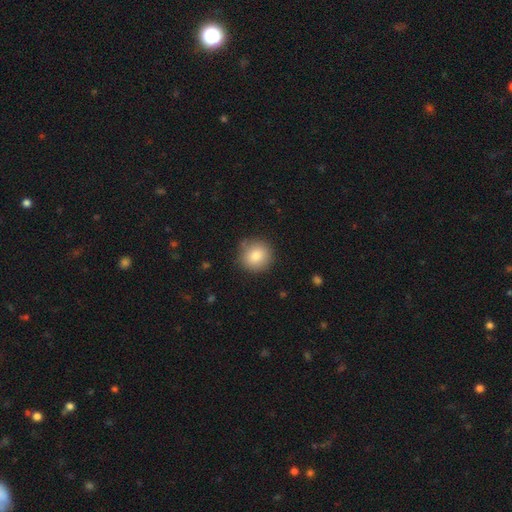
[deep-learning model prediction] A smooth galaxy with no disk features (83%) that is round (91%). Merging: none (87%).